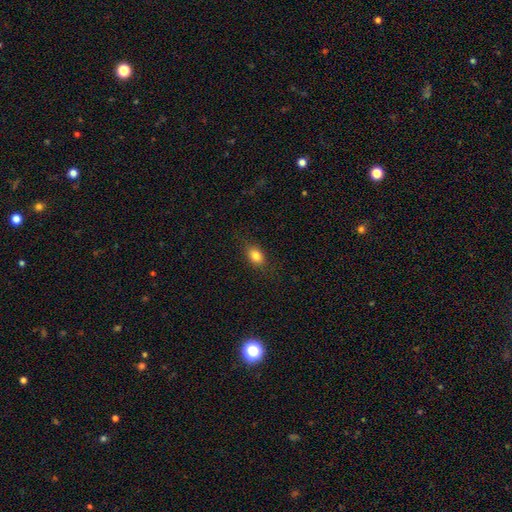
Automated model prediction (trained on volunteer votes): Smooth or featured?
  - smooth: 82% *
  - star or artifact: 10%
  - featured or disk: 8%
How rounded?
  - in between: 70% *
  - round: 28%
  - cigar-shaped: 2%
Merging?
  - none: 84% *
  - minor disturbance: 12%
  - major disturbance: 3%
  - merger: 1%